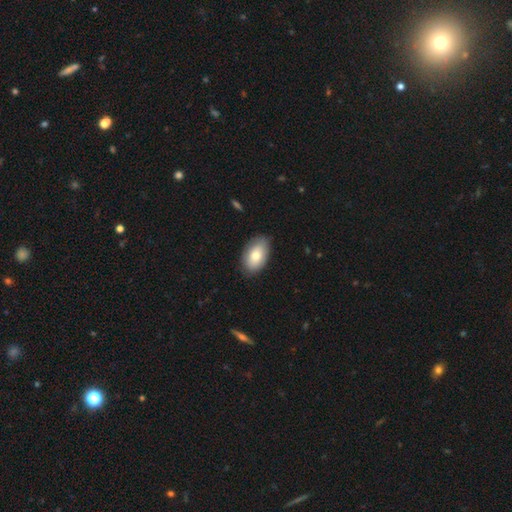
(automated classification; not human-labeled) The model was most divided on "smooth or featured": smooth: 77%, featured or disk: 16%, star or artifact: 6%. More confident: how rounded — in between (93%); merging — none (84%).